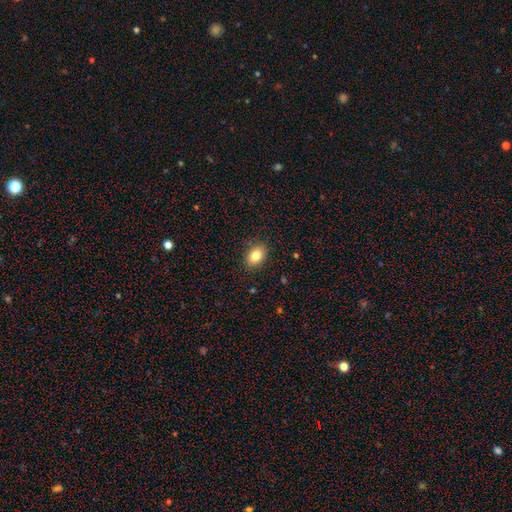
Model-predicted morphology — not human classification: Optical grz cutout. It shows a smooth galaxy with no disk features (84%) that is in between round and cigar-shaped (77%). Merging: none (86%).